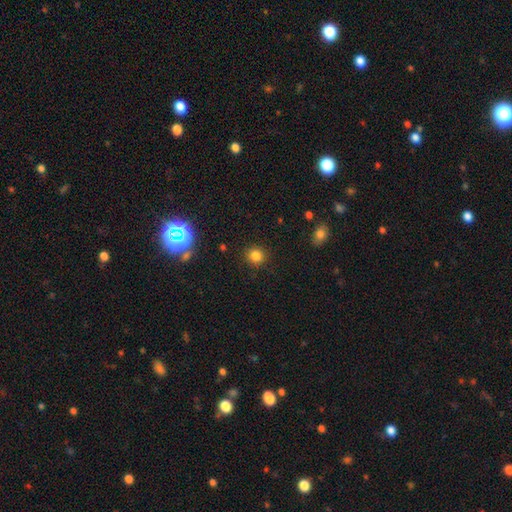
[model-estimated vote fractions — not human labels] smooth 81%, star or artifact 14%, featured or disk 5%. Down the decision tree: how rounded — round (89%); merging — none (90%).